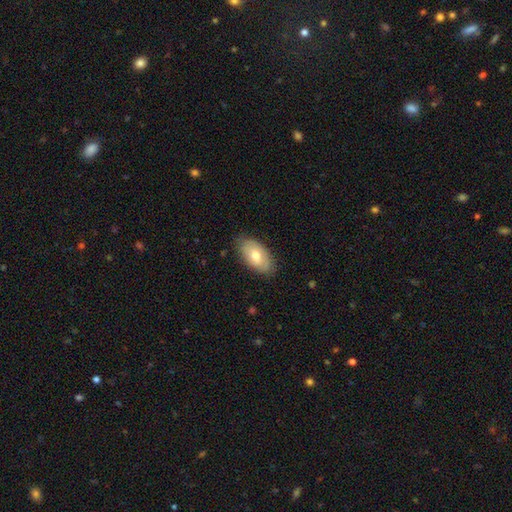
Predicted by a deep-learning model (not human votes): This appears to be a smooth galaxy with no disk features (65%) that is in between round and cigar-shaped (94%). Merging: none (80%).